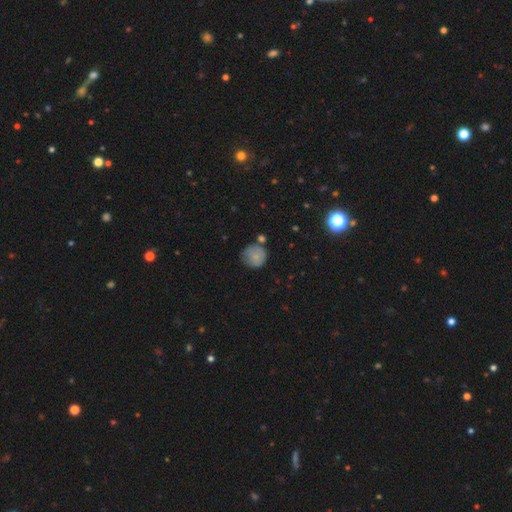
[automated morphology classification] smooth 79%, featured or disk 11%, star or artifact 9%. Down the decision tree: how rounded — round (89%); merging — none (62%).